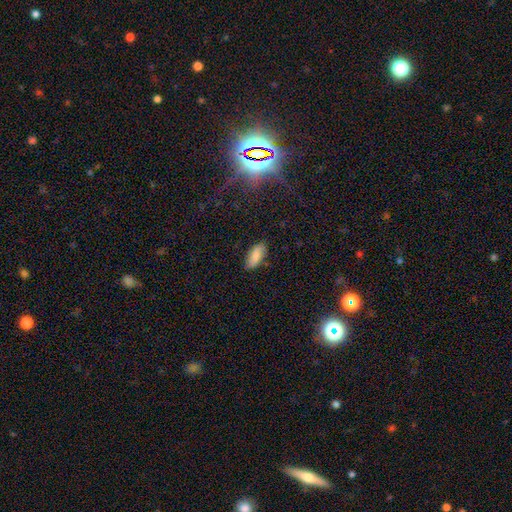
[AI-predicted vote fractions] A smooth galaxy with no disk features (82%) that is in between round and cigar-shaped (85%). Merging: none (79%).